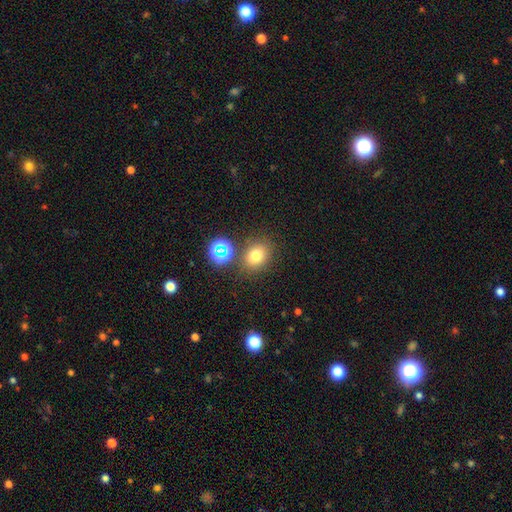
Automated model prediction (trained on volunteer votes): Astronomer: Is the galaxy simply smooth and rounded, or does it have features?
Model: smooth — 72%.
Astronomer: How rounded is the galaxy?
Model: round — 54% (runner-up: in between, 45%).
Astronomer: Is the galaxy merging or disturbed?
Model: none — 78%.